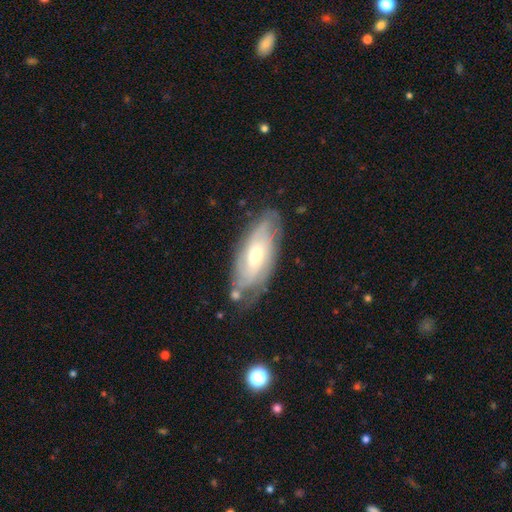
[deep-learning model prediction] A featured or disk galaxy (71%) with no bar (57%), tight (62%) spiral arms (87%) and a moderate central bulge (51%).

Vote fractions:
- Smooth or featured? featured or disk: 71% / smooth: 23% / star or artifact: 6%
- Edge-on disk? no: 87% / yes: 13%
- Bar? no: 57% / weak: 34% / strong: 8%
- Spiral arms? yes: 87% / no: 13%
- Spiral winding? tight: 62% / medium: 28% / loose: 10%
- Spiral arm count? can't tell: 51% / 2: 21% / 3: 12% / 4: 8% / more than 4: 4% / 1: 4%
- Bulge size? moderate: 51% / small: 44% / large: 3% / none: 1% / dominant: 1%
- Merging? none: 69% / minor disturbance: 21% / major disturbance: 6% / merger: 4%